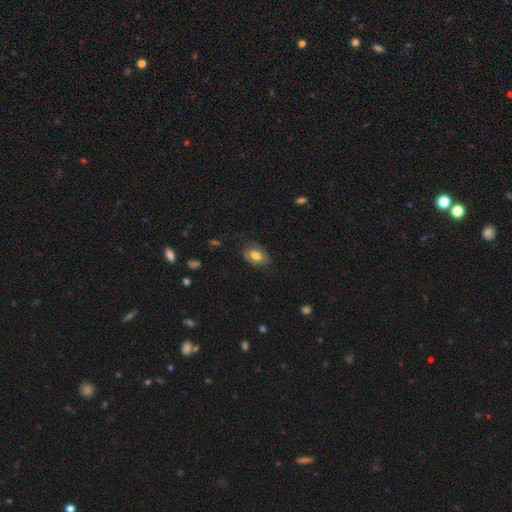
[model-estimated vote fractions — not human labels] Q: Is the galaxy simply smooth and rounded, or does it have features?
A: smooth — 74%.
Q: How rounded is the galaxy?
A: in between — 83%.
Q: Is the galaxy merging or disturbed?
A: none — 71%.